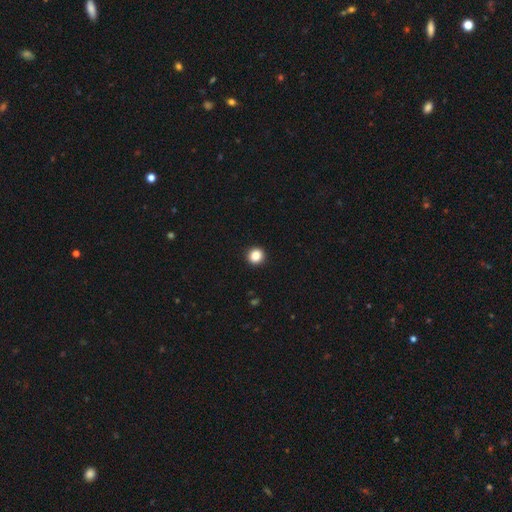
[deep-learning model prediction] Morphology: type=smooth (86%); roundness=round (92%); merging=none (93%).